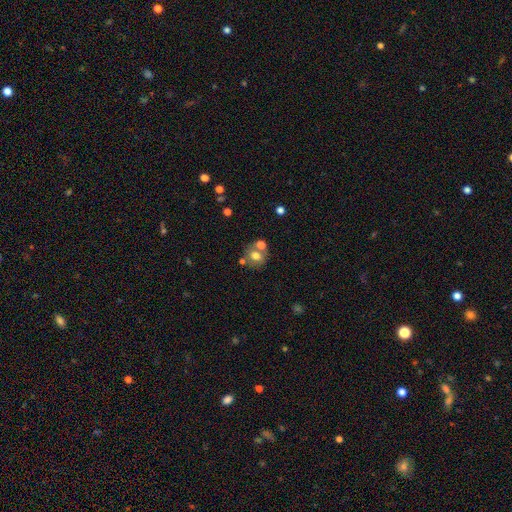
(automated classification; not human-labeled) smooth_or_featured: smooth (p=0.68) [alt: featured or disk p=0.20]
how_rounded: round (p=0.73) [alt: in between p=0.26]
merging: none (p=0.56) [alt: merger p=0.29]